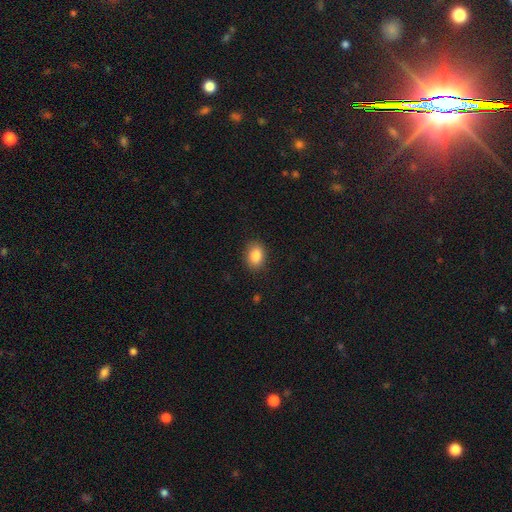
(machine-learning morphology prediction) Smooth or featured? smooth (86%)
How rounded? in between (70%)
Merging? none (88%)